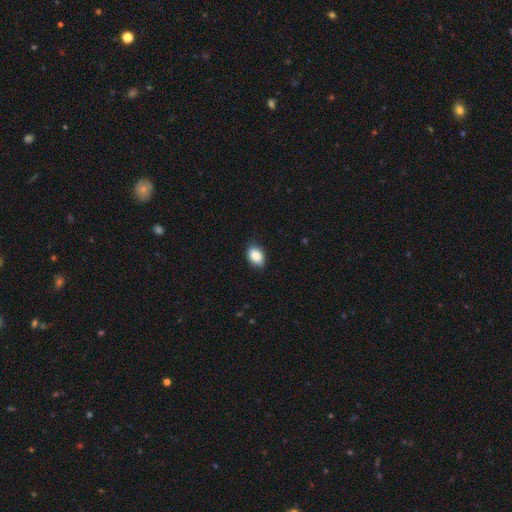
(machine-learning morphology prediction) The model was most divided on "how rounded": in between: 83%, round: 15%, cigar-shaped: 1%. More confident: merging — none (84%); smooth or featured — smooth (84%).